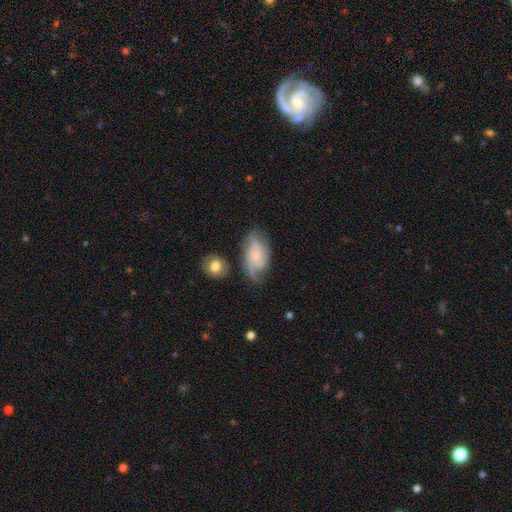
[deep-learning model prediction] smooth-or-featured: featured or disk: 67% | smooth: 26% | star or artifact: 7%
  disk-edge-on: no: 96% | yes: 4%
    bar: no: 69% | weak: 26% | strong: 4%
    has-spiral-arms: yes: 92% | no: 8%
      spiral-winding: medium: 43% | tight: 35% | loose: 22%
      spiral-arm-count: 2: 50% | can't tell: 22% | 3: 12% | 1: 10% | 4: 3% | more than 4: 3%
    bulge-size: small: 70% | moderate: 18% | none: 9% | large: 2% | dominant: 1%
  merging: none: 60% | minor disturbance: 23% | major disturbance: 12% | merger: 5%